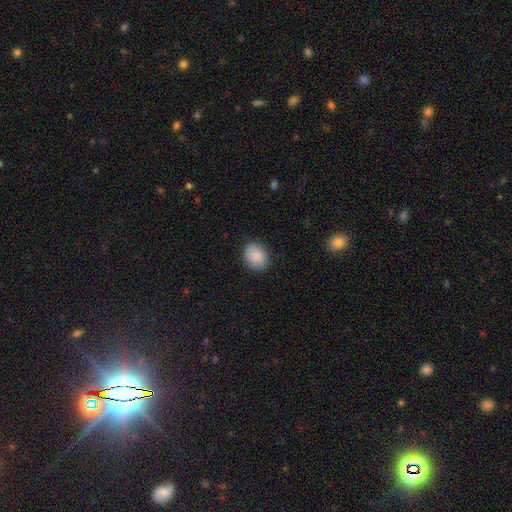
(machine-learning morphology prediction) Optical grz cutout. It shows a smooth galaxy with no disk features (89%) that is round (53%). Merging: none (87%).